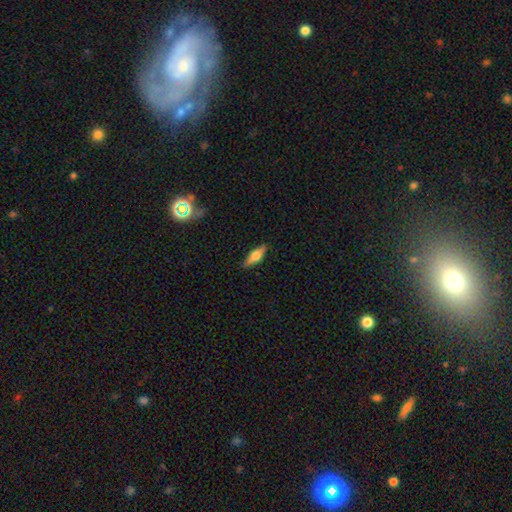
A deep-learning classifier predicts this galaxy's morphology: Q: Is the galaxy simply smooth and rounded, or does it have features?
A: smooth — 57%.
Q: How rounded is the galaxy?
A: cigar-shaped — 49%.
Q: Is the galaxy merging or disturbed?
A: none — 85%.